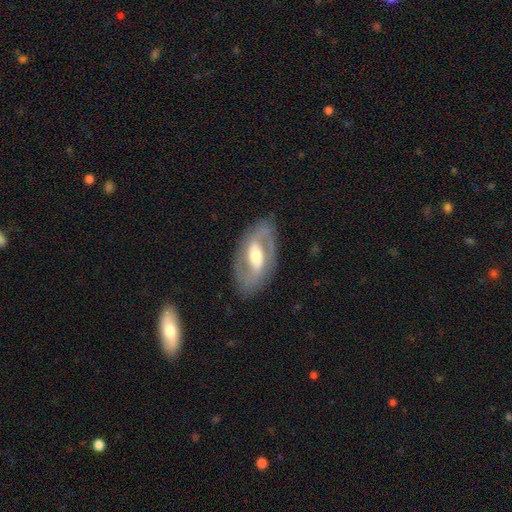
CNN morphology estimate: This appears to be a featured or disk galaxy (79%) with a strong bar (42%), 2 (88%) medium (51%) spiral arms (82%) and a moderate central bulge (62%). Merging: none (82%).